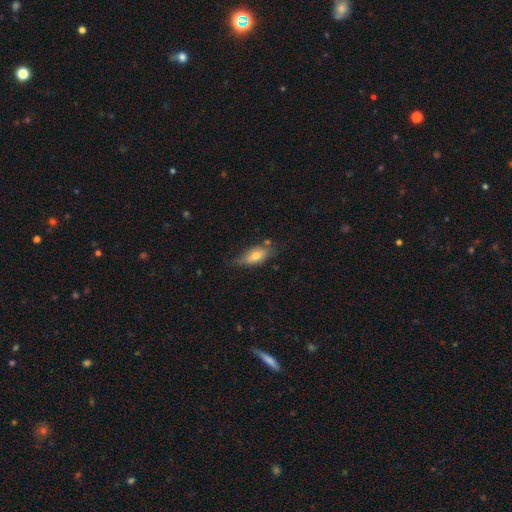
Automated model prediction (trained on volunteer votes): Smooth or featured?
  - smooth: 61% *
  - featured or disk: 31%
  - star or artifact: 7%
How rounded?
  - in between: 73% *
  - cigar-shaped: 24%
  - round: 3%
Merging?
  - none: 60% *
  - minor disturbance: 28%
  - major disturbance: 7%
  - merger: 4%